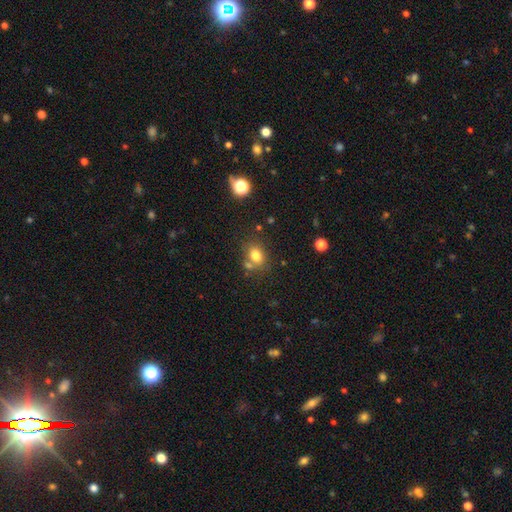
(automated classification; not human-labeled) This appears to be a smooth galaxy with no disk features (78%) that is in between round and cigar-shaped (59%). Merging: none (64%).